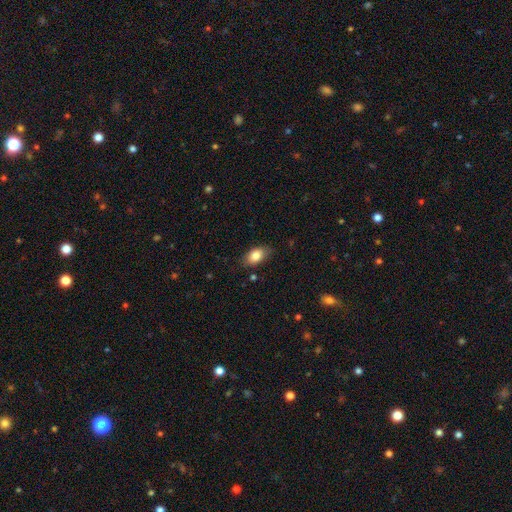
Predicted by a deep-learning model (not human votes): Morphology: type=smooth (83%); roundness=in between (89%); merging=none (81%).